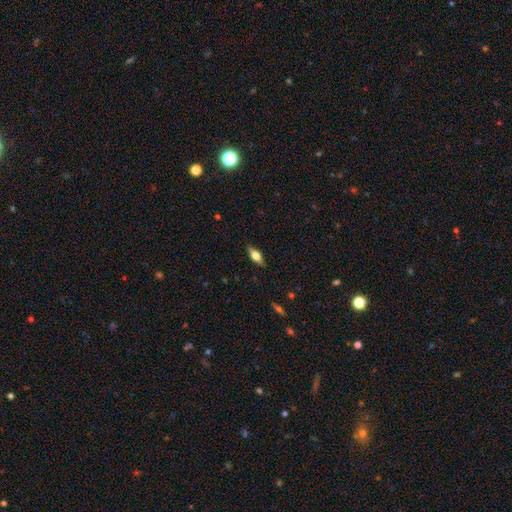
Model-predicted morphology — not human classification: Overall: featured or disk (47%; smooth 45%). Merging: none (87%).